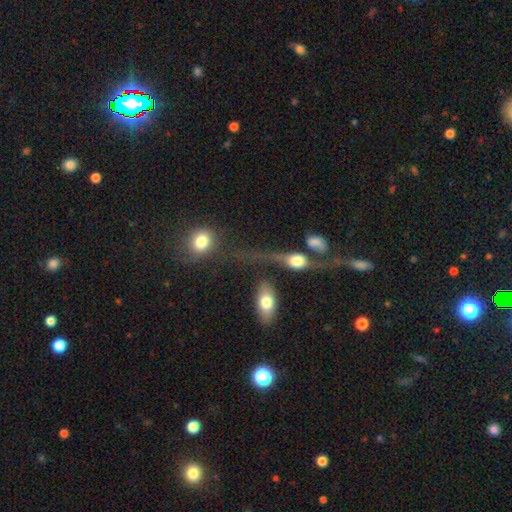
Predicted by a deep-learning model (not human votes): Overall: star or artifact (39%; smooth 35%).